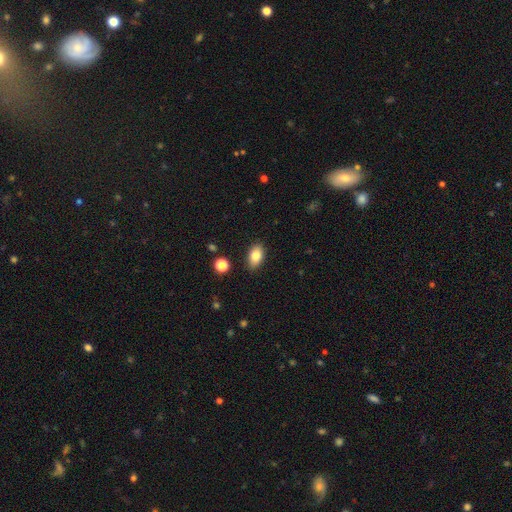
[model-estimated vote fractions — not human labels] A smooth galaxy with no disk features (83%) that is in between round and cigar-shaped (90%).

Vote fractions:
- Smooth or featured? smooth: 83% / featured or disk: 9% / star or artifact: 8%
- How rounded? in between: 90% / round: 8% / cigar-shaped: 2%
- Merging? none: 87% / minor disturbance: 10% / major disturbance: 2% / merger: 1%